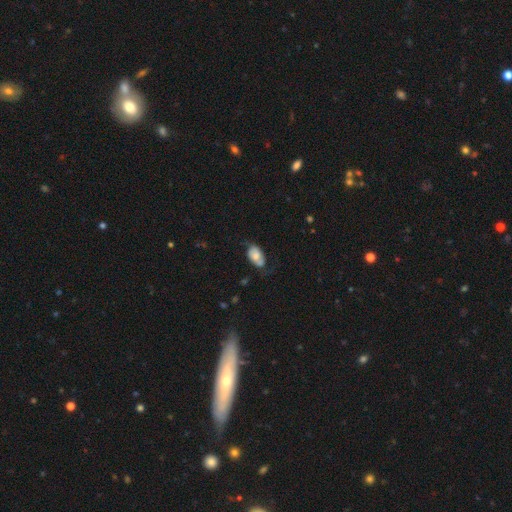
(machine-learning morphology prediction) The model was most divided on "merging": none: 52%, minor disturbance: 30%, major disturbance: 14%, merger: 4%. More confident: how rounded — in between (92%); smooth or featured — smooth (63%).